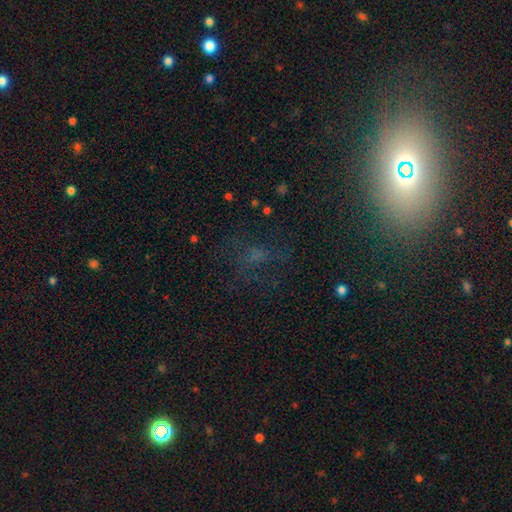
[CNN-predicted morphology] This is marginally a star or artifact rather than a galaxy (44%).